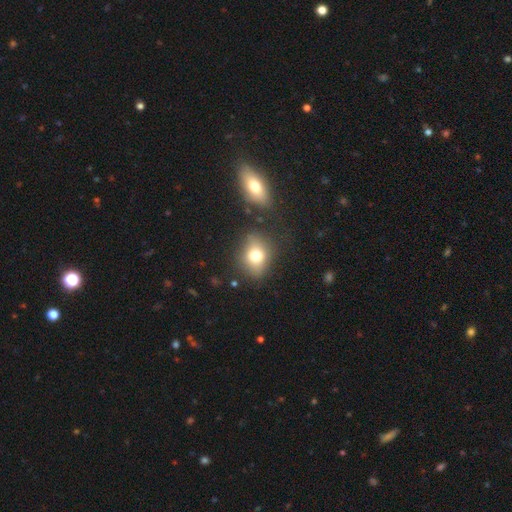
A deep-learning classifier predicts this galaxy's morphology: smooth 71%, featured or disk 17%, star or artifact 12%. Down the decision tree: how rounded — in between (56%); merging — none (75%).